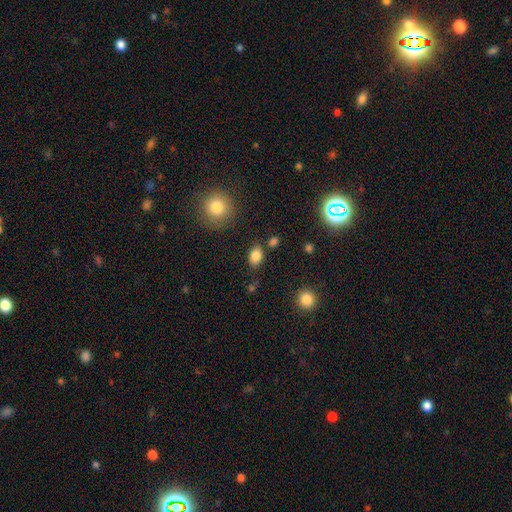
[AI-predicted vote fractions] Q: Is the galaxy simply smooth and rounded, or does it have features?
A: smooth — 84%.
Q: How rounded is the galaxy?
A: in between — 79%.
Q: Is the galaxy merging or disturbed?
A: none — 78%.